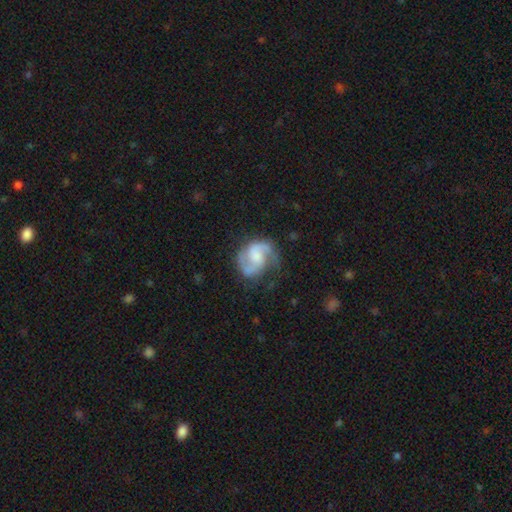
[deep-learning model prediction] smooth_or_featured: featured or disk (p=0.85) [alt: smooth p=0.10]
disk_edge_on: no (p=0.98) [alt: yes p=0.02]
bar: no (p=0.52) [alt: weak p=0.39]
has_spiral_arms: yes (p=0.96) [alt: no p=0.04]
spiral_winding: medium (p=0.55) [alt: loose p=0.25]
spiral_arm_count: 2 (p=0.89) [alt: can't tell p=0.04]
bulge_size: moderate (p=0.32) [alt: none p=0.27]
merging: none (p=0.64) [alt: minor disturbance p=0.21]